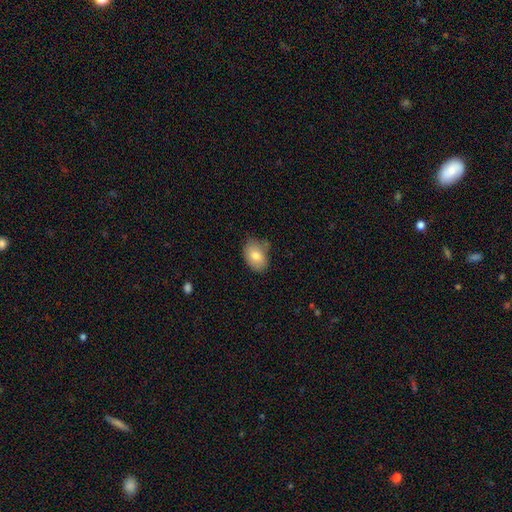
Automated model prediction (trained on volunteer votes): smooth-or-featured: smooth: 78% | featured or disk: 14% | star or artifact: 8%
  how-rounded: in between: 78% | round: 21% | cigar-shaped: 1%
  merging: none: 65% | minor disturbance: 27% | major disturbance: 5% | merger: 3%